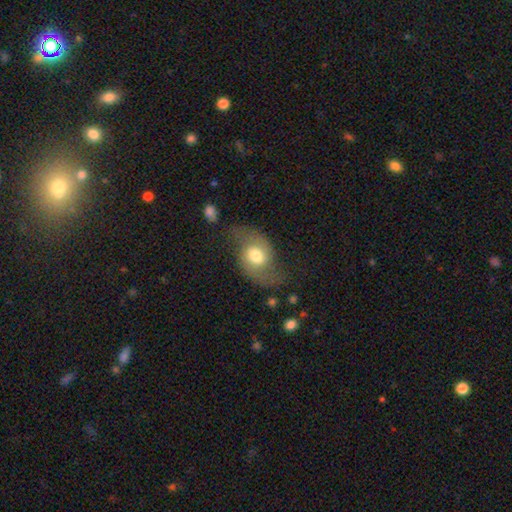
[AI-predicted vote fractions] Smooth or featured? featured or disk (63%)
Edge-on disk? no (95%)
Bar? no (59%)
Spiral arms? yes (85%)
Spiral winding? loose (65%)
Spiral arm count? 2 (92%)
Bulge size? moderate (68%)
Merging? none (60%)